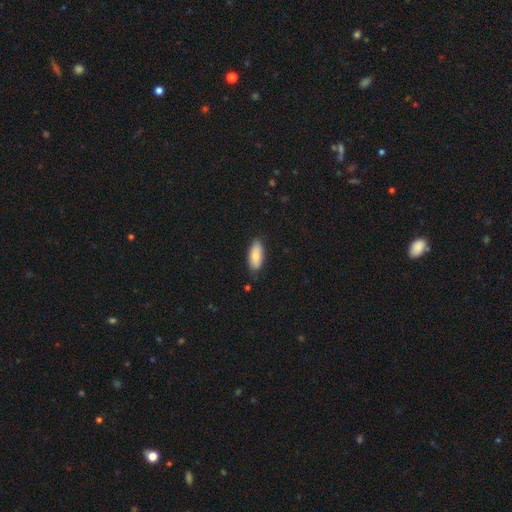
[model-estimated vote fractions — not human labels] smooth_or_featured: smooth (p=0.83) [alt: featured or disk p=0.11]
how_rounded: in between (p=0.84) [alt: cigar-shaped p=0.14]
merging: none (p=0.80) [alt: minor disturbance p=0.16]